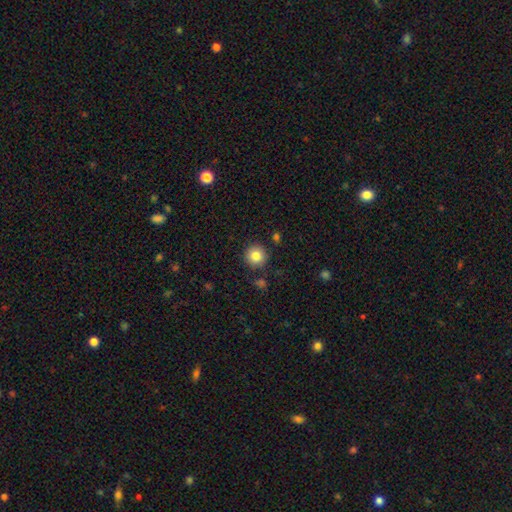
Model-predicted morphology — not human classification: smooth_or_featured: smooth (p=0.83) [alt: star or artifact p=0.10]
how_rounded: round (p=0.95) [alt: in between p=0.04]
merging: none (p=0.89) [alt: minor disturbance p=0.07]